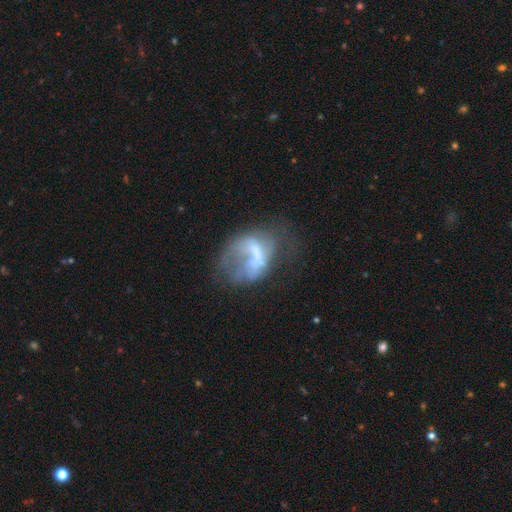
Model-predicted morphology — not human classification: This is possibly a featured or disk galaxy (56%). It is clearly not viewed edge-on (97%). Bar: likely no (65%). Spiral arm pattern: likely no (74%). Central bulge: marginally none (42%). Merging: possibly major disturbance (46%).